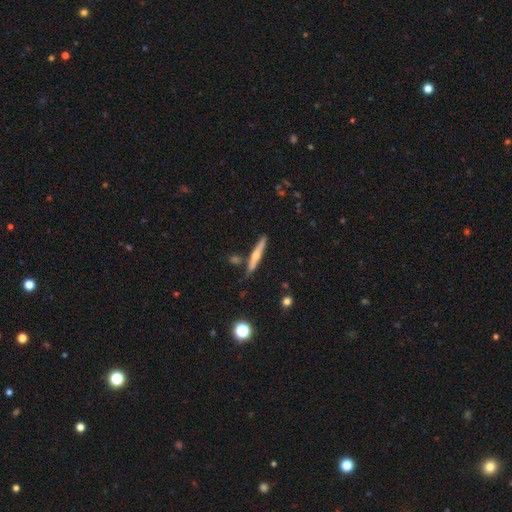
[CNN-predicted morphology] This appears to be a featured or disk galaxy (55%) viewed edge-on (95%) with a rounded central bulge (83%). Merging: none (81%).